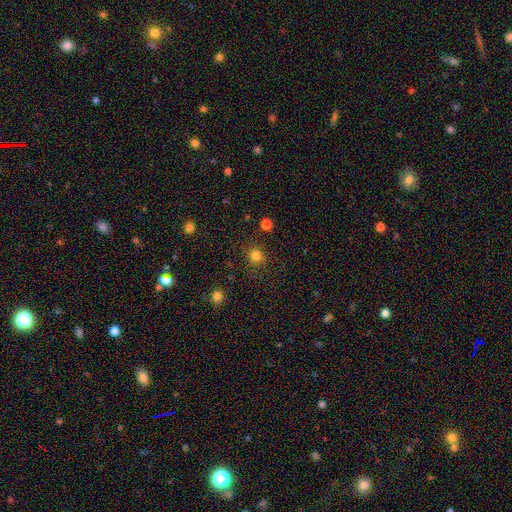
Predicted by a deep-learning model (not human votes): The model was most divided on "smooth or featured": smooth: 81%, star or artifact: 14%, featured or disk: 4%. More confident: how rounded — round (89%); merging — none (87%).